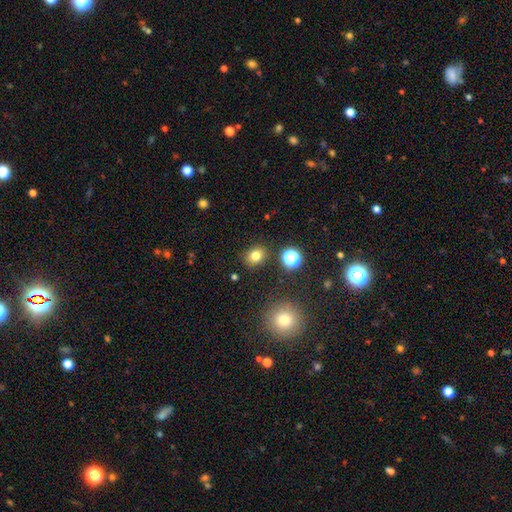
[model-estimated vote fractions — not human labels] Smooth or featured? Predicted: smooth (p=0.78). How rounded? Predicted: round (p=0.64). Merging? Predicted: none (p=0.85).